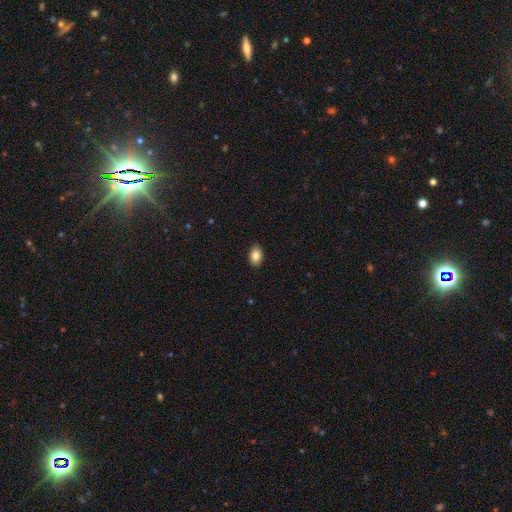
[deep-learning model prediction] Smooth or featured: smooth — 85% (star or artifact — 8%)
How rounded: in between — 81% (round — 18%)
Merging: none — 90% (minor disturbance — 8%)